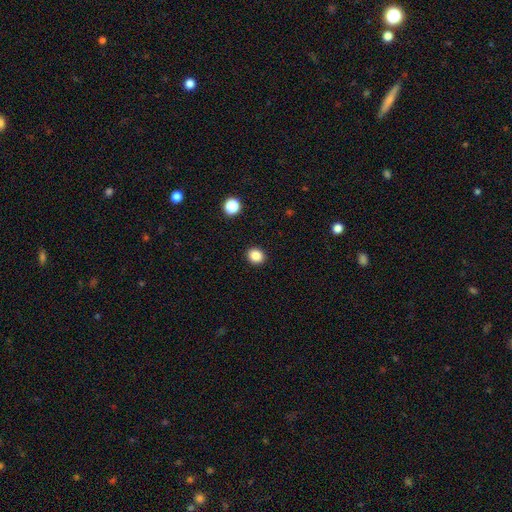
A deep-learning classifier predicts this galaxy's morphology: type=smooth (86%); roundness=round (72%); merging=none (92%).